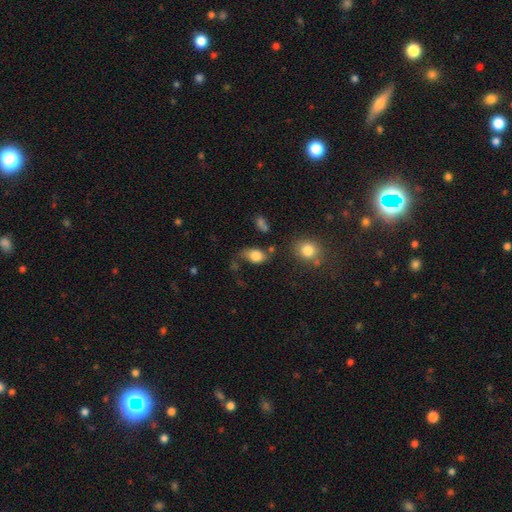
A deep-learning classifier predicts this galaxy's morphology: A smooth galaxy with no disk features (79%) that is in between round and cigar-shaped (76%). Merging: none (44%).